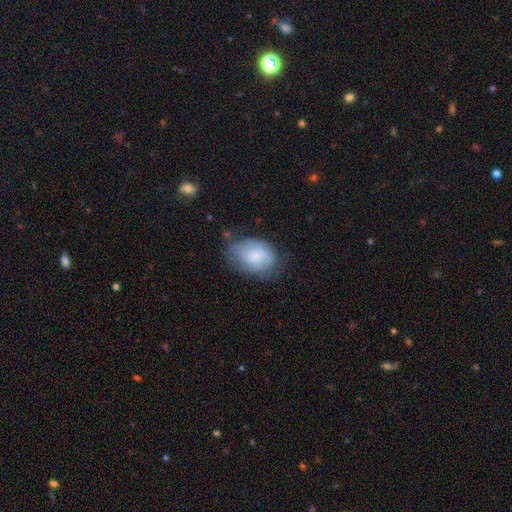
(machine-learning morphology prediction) Overall: smooth (60%; featured or disk 32%). How rounded: in between (74%). Merging: none (49%; minor disturbance 34%).